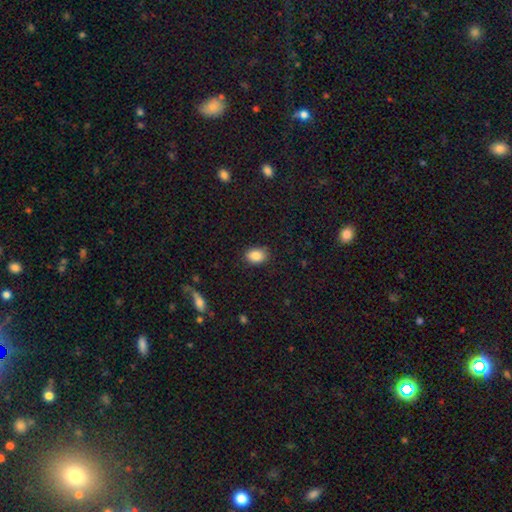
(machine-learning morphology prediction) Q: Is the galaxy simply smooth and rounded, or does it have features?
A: smooth — 86%.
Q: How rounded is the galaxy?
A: in between — 72%.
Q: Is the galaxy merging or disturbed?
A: none — 86%.